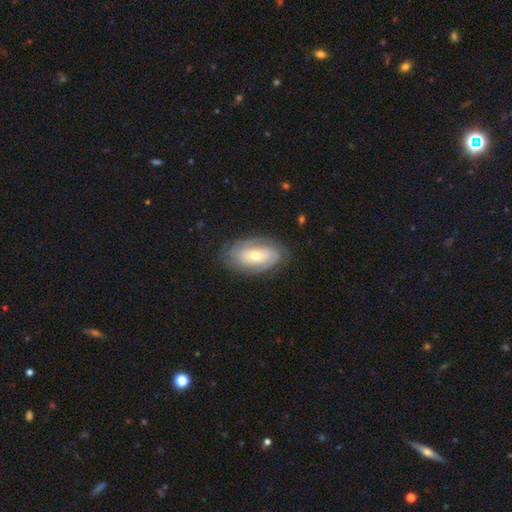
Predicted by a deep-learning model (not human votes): A featured or disk galaxy (65%) with no bar (68%), spiral arms (75%) and a moderate central bulge (49%).

Vote fractions:
- Smooth or featured? featured or disk: 65% / smooth: 28% / star or artifact: 7%
- Edge-on disk? no: 92% / yes: 8%
- Bar? no: 68% / weak: 23% / strong: 10%
- Spiral arms? yes: 75% / no: 25%
- Bulge size? moderate: 49% / small: 46% / large: 3% / dominant: 1% / none: 1%
- Merging? none: 79% / minor disturbance: 15% / major disturbance: 5% / merger: 1%